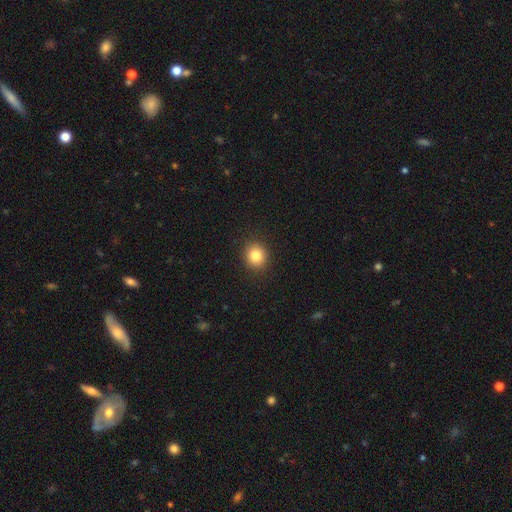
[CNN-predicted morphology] Smooth or featured? Predicted: smooth (p=0.83). How rounded? Predicted: round (p=0.83). Merging? Predicted: none (p=0.91).